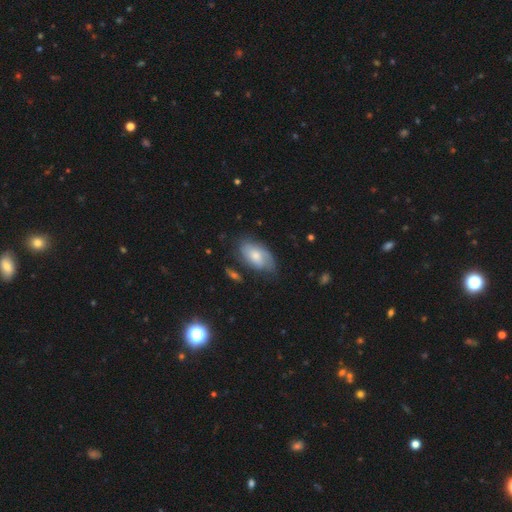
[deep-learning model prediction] smooth_or_featured: smooth (p=0.50) [alt: featured or disk p=0.44]
merging: none (p=0.58) [alt: minor disturbance p=0.28]